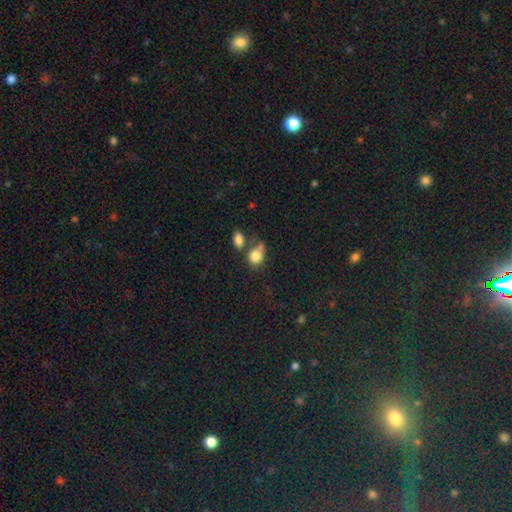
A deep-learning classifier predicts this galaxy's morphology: This appears to be a smooth galaxy with no disk features (81%) that is round (53%). Merging: none (38%).